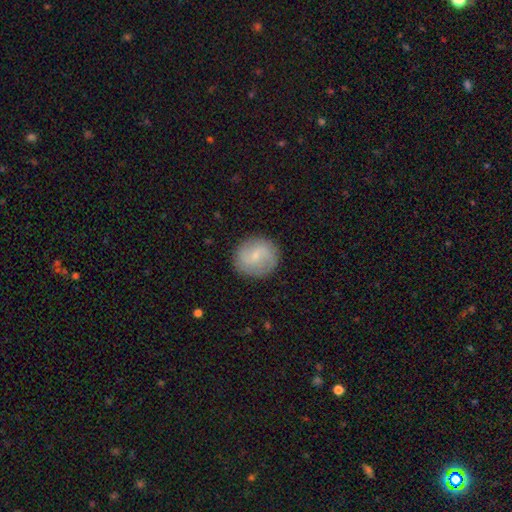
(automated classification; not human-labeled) A featured or disk galaxy (48%).

Vote fractions:
- Smooth or featured? featured or disk: 48% / smooth: 44% / star or artifact: 7%
- Merging? none: 86% / minor disturbance: 10% / major disturbance: 3% / merger: 1%